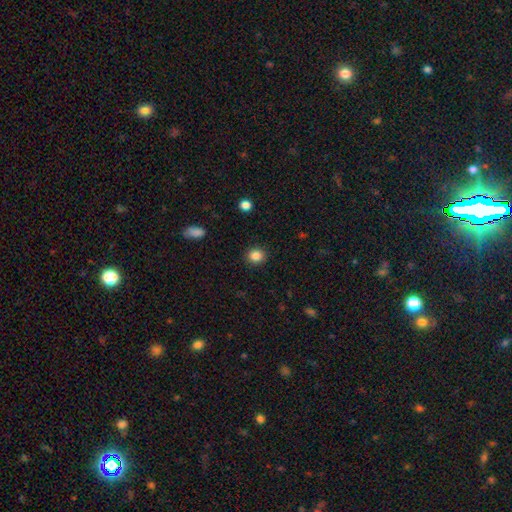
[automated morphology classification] Smooth or featured? Predicted: smooth (p=0.85). How rounded? Predicted: round (p=0.79). Merging? Predicted: none (p=0.91).